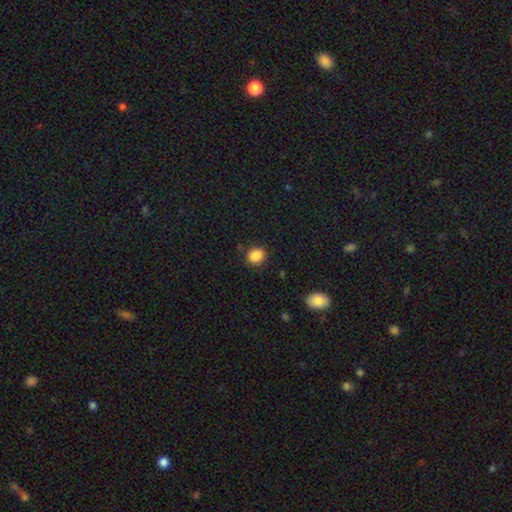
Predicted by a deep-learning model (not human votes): This appears to be a smooth galaxy with no disk features (87%) that is round (61%). Merging: none (84%).